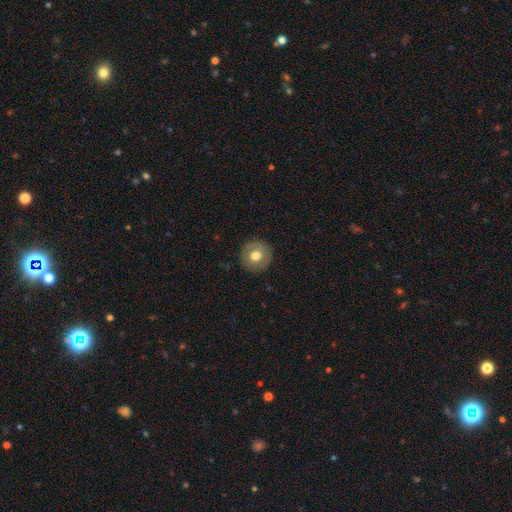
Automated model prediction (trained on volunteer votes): Smooth or featured? Predicted: smooth (p=0.70). How rounded? Predicted: round (p=0.95). Merging? Predicted: none (p=0.90).